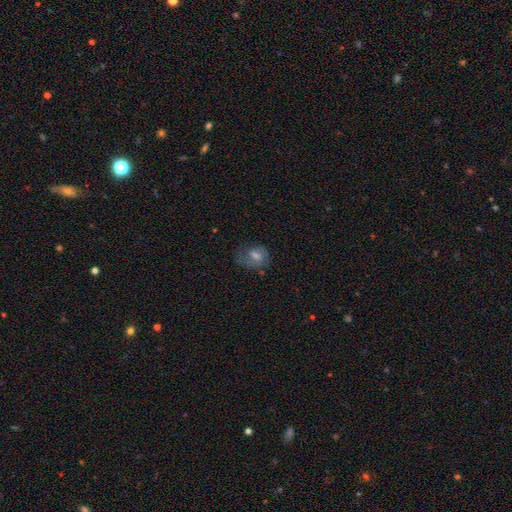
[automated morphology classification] The model was most divided on "smooth or featured": featured or disk: 45%, smooth: 40%, star or artifact: 15%. More confident: merging — none (63%).